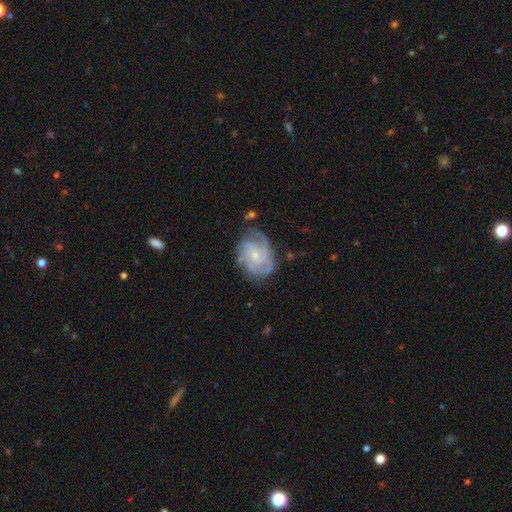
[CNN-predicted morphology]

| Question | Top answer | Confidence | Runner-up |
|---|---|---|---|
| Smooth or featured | featured or disk | 86% | smooth (9%) |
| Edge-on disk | no | 98% | yes (2%) |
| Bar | no | 70% | weak (26%) |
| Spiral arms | yes | 97% | no (3%) |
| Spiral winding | tight | 65% | medium (30%) |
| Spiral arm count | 3 | 29% | 4 (26%) |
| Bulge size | small | 67% | moderate (27%) |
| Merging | none | 71% | minor disturbance (20%) |